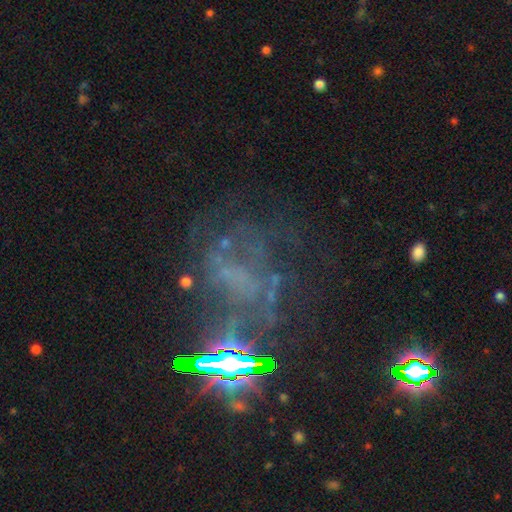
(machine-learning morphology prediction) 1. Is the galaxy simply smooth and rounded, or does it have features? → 47% star or artifact, 39% featured or disk, 14% smooth.